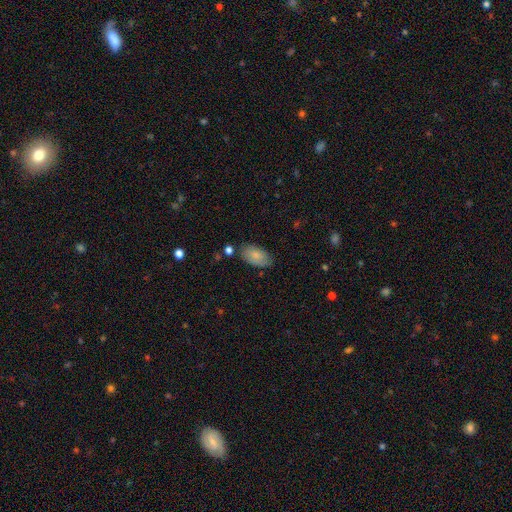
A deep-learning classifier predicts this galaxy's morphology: This appears to be a smooth galaxy with no disk features (80%) that is in between round and cigar-shaped (94%). Merging: none (73%).